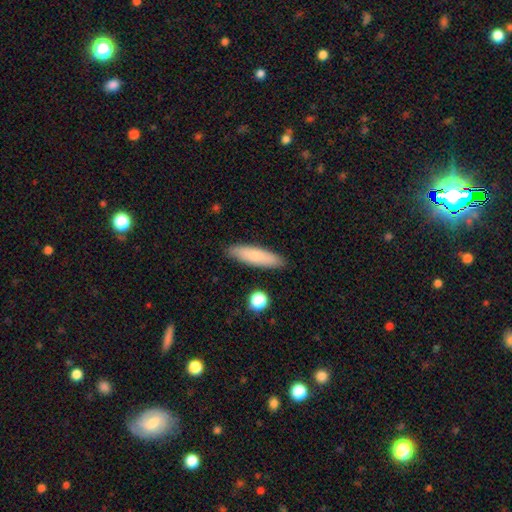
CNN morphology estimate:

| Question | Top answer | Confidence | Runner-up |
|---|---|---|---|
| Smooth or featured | smooth | 76% | featured or disk (18%) |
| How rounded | cigar-shaped | 69% | in between (29%) |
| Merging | none | 87% | minor disturbance (9%) |